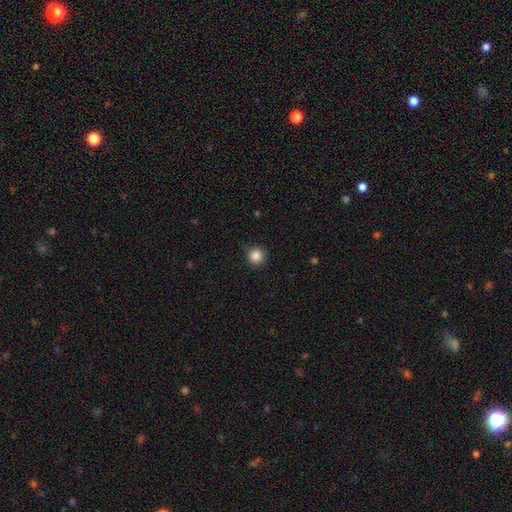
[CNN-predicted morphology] A smooth galaxy with no disk features (85%) that is round (95%). Merging: none (89%).